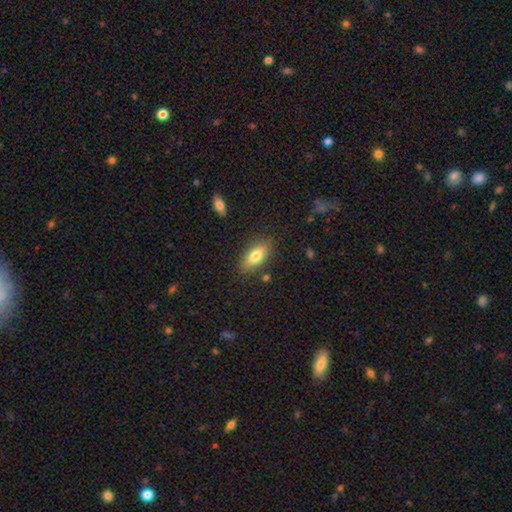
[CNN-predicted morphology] smooth_or_featured: smooth (p=0.77) [alt: featured or disk p=0.16]
how_rounded: in between (p=0.82) [alt: cigar-shaped p=0.14]
merging: none (p=0.83) [alt: minor disturbance p=0.11]